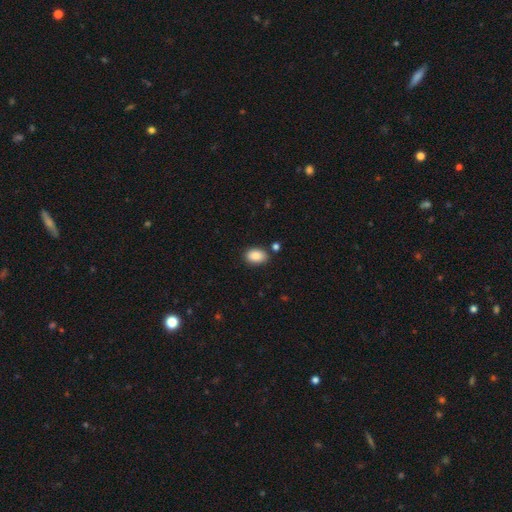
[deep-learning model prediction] smooth_or_featured: smooth (p=0.88) [alt: star or artifact p=0.08]
how_rounded: in between (p=0.85) [alt: round p=0.13]
merging: none (p=0.81) [alt: minor disturbance p=0.12]